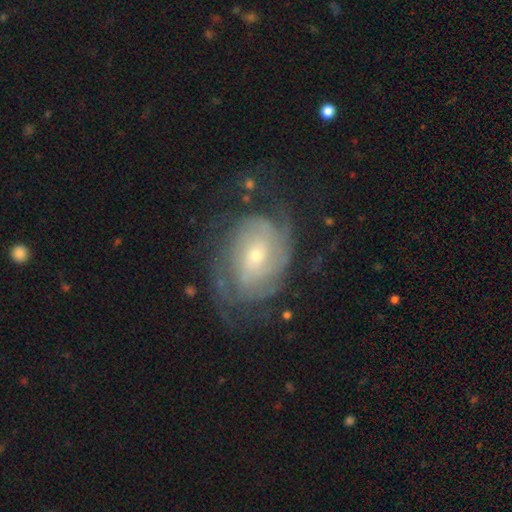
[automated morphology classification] Overall: featured or disk (82%). Edge-on disk: no (96%). Bar: no (60%; weak 32%). Spiral arms: yes (92%). Spiral arm count: can't tell (38%; 2 31%). Spiral winding: tight (60%; medium 30%). Bulge size: small (62%; moderate 33%). Merging: none (63%).